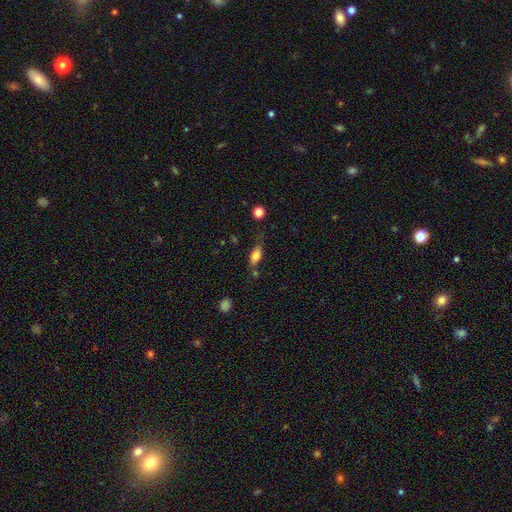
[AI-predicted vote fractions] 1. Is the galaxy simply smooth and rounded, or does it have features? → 78% smooth, 14% featured or disk, 8% star or artifact.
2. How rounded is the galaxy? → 82% in between, 14% cigar-shaped, 5% round.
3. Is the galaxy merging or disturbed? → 56% none, 26% minor disturbance, 9% merger, 9% major disturbance.